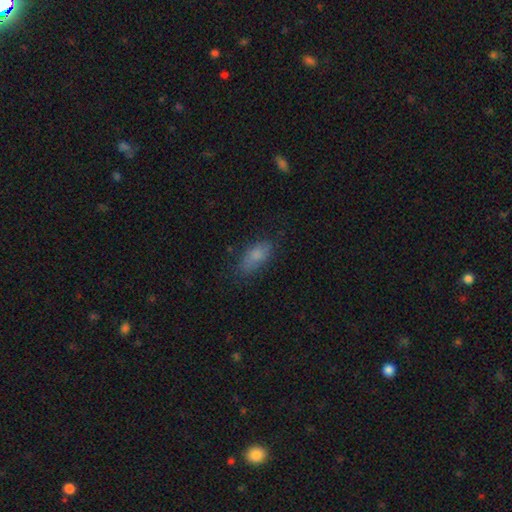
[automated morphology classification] Smooth or featured? Predicted: smooth (p=0.79). How rounded? Predicted: in between (p=0.83). Merging? Predicted: none (p=0.68).